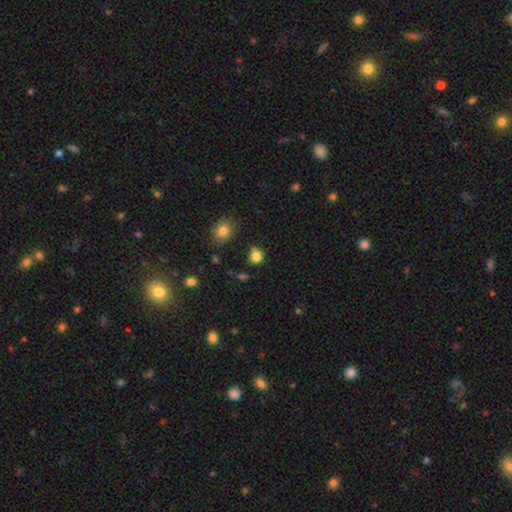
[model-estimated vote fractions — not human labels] Overall: smooth (83%). How rounded: round (80%). Merging: none (76%).